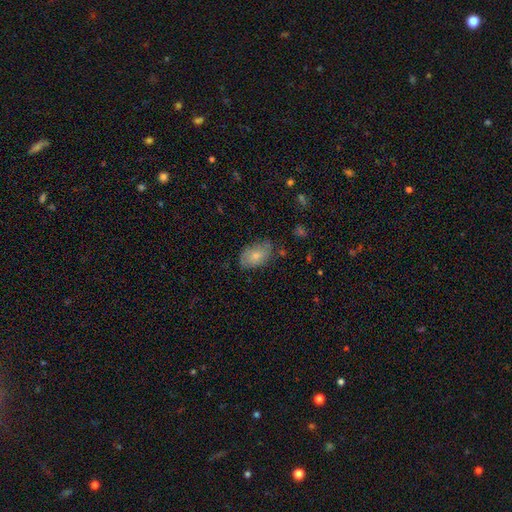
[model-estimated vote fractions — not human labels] smooth-or-featured: smooth: 75% | featured or disk: 18% | star or artifact: 7%
  how-rounded: in between: 92% | round: 6% | cigar-shaped: 2%
  merging: none: 70% | minor disturbance: 23% | major disturbance: 5% | merger: 2%